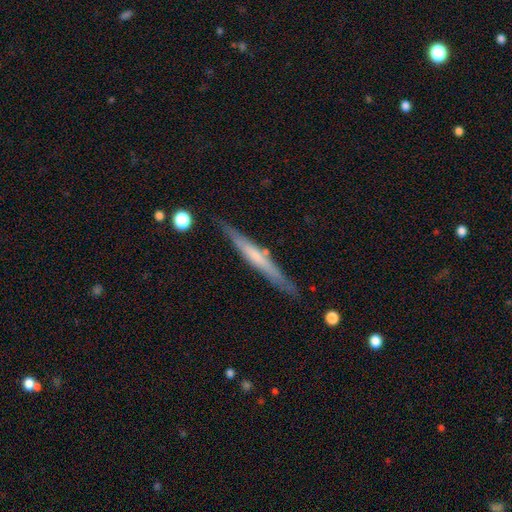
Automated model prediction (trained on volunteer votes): This is possibly a featured or disk galaxy (55%). It is clearly viewed edge-on (94%). Edge-on bulge: likely none (64%). Merging: clearly none (84%).